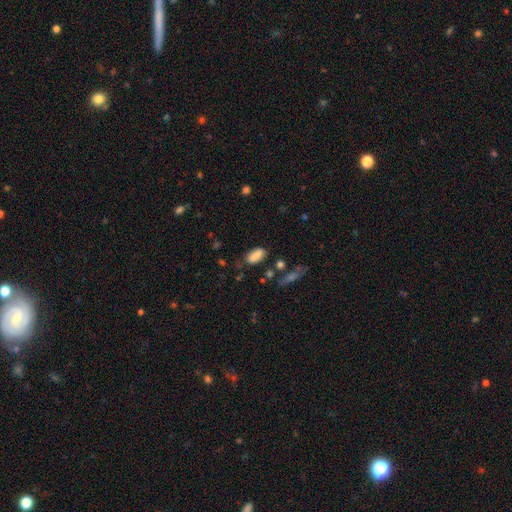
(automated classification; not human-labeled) This is clearly a smooth galaxy (84%). How rounded: clearly in between (86%). Merging: likely none (73%).